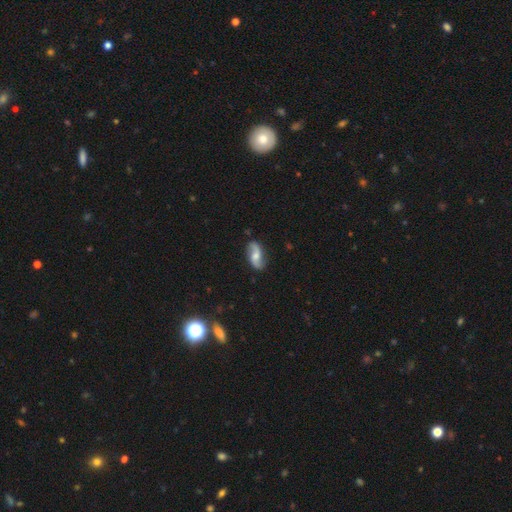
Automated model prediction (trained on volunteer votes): Smooth or featured: featured or disk — 74% (smooth — 20%)
Edge-on disk: no — 96% (yes — 4%)
Bar: no — 52% (weak — 37%)
Spiral arms: yes — 94% (no — 6%)
Spiral winding: loose — 72% (medium — 21%)
Spiral arm count: 2 — 92% (can't tell — 3%)
Bulge size: moderate — 58% (small — 29%)
Merging: none — 82% (minor disturbance — 13%)